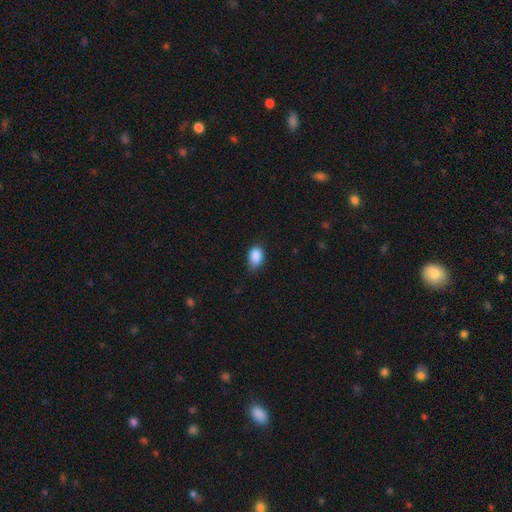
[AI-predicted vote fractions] Overall: smooth (88%). How rounded: in between (85%). Merging: none (66%; minor disturbance 28%).